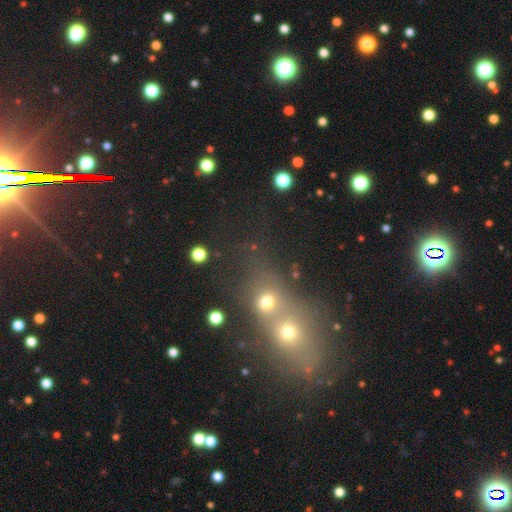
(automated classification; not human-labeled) A star or artifact, not a galaxy (47%).

Vote fractions:
- Smooth or featured? star or artifact: 47% / smooth: 37% / featured or disk: 16%